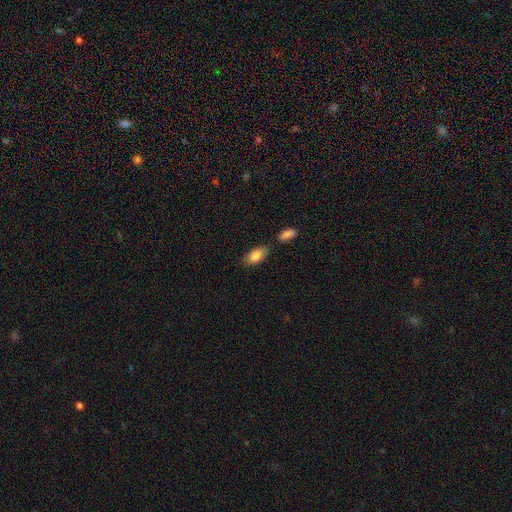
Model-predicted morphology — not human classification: smooth 87%, featured or disk 7%, star or artifact 6%. Down the decision tree: how rounded — in between (90%); merging — none (68%).